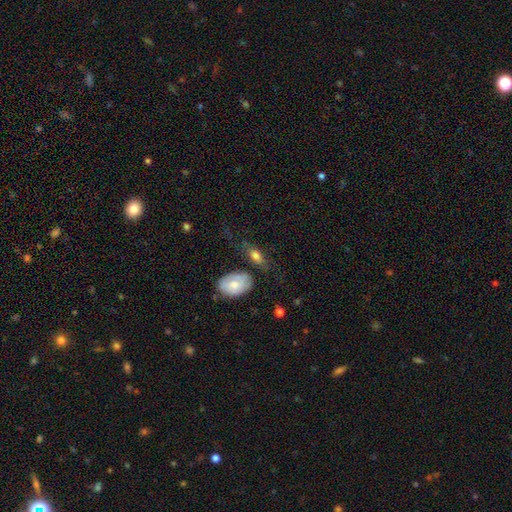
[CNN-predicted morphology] Smooth or featured?
  - smooth: 71% *
  - featured or disk: 20%
  - star or artifact: 8%
How rounded?
  - in between: 81% *
  - round: 9%
  - cigar-shaped: 9%
Merging?
  - none: 49% *
  - minor disturbance: 25%
  - major disturbance: 16%
  - merger: 10%